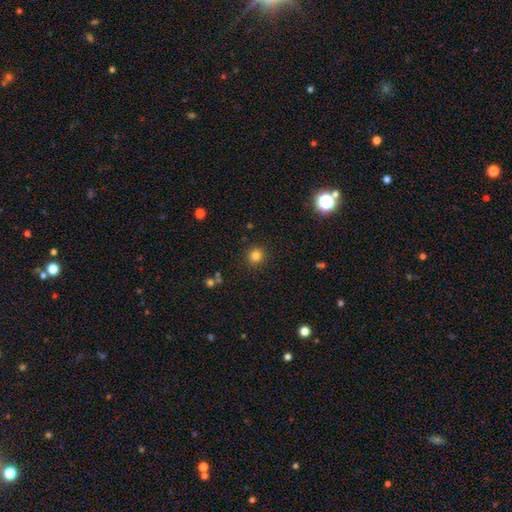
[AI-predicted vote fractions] Q: Smooth or featured?
A: smooth (82%); runner-up: star or artifact (13%)
Q: How rounded?
A: round (92%); runner-up: in between (7%)
Q: Merging?
A: none (90%); runner-up: minor disturbance (6%)